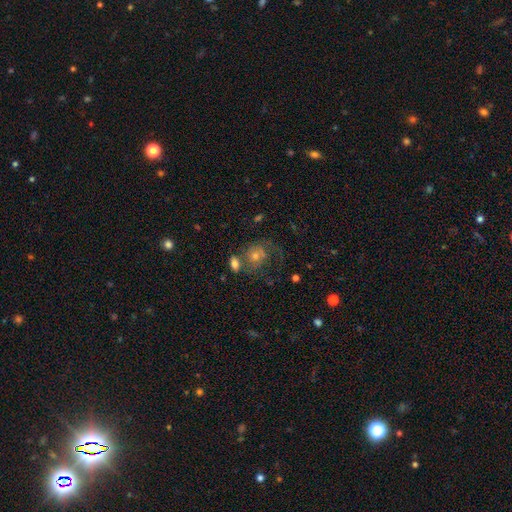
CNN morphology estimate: A featured or disk galaxy (46%).

Vote fractions:
- Smooth or featured? featured or disk: 46% / smooth: 36% / star or artifact: 18%
- Merging? none: 42% / major disturbance: 24% / minor disturbance: 17% / merger: 17%